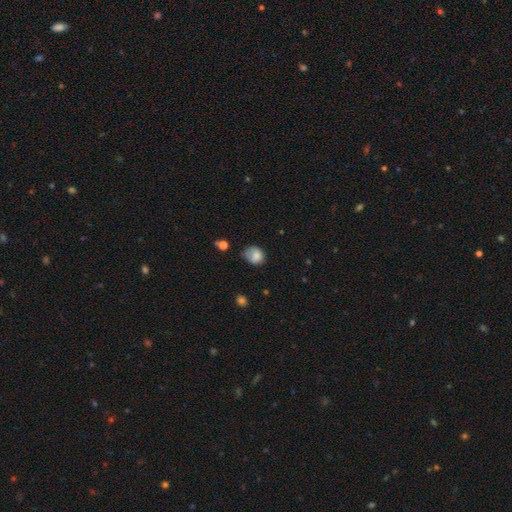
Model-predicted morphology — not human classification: The model was most divided on "merging": none: 45%, minor disturbance: 36%, major disturbance: 16%, merger: 3%. More confident: smooth or featured — smooth (79%); how rounded — round (56%).